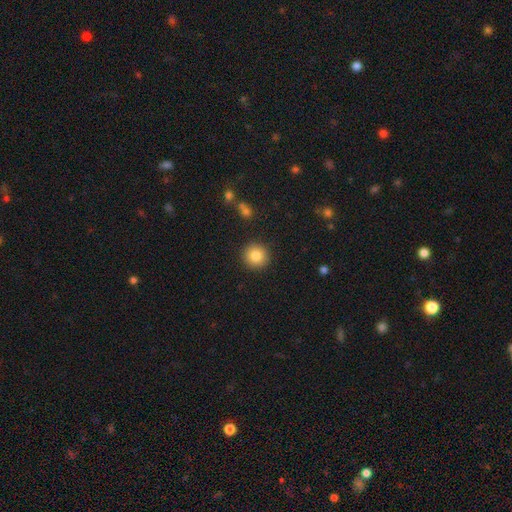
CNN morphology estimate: smooth_or_featured: smooth (p=0.84) [alt: star or artifact p=0.09]
how_rounded: round (p=0.94) [alt: in between p=0.05]
merging: none (p=0.91) [alt: minor disturbance p=0.06]